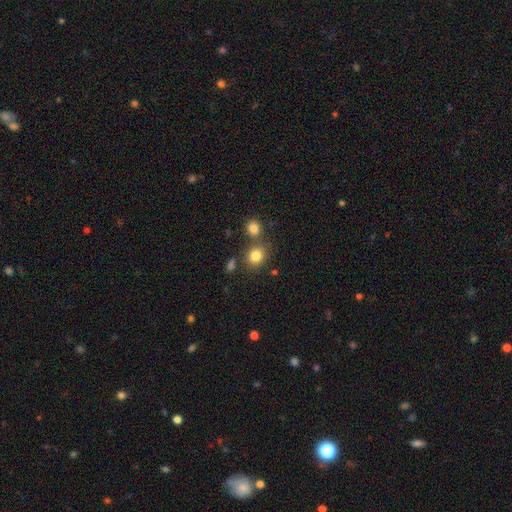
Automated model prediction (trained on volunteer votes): smooth-or-featured: smooth: 82% | star or artifact: 11% | featured or disk: 6%
  how-rounded: round: 75% | in between: 24% | cigar-shaped: 1%
  merging: none: 70% | merger: 17% | minor disturbance: 10% | major disturbance: 4%